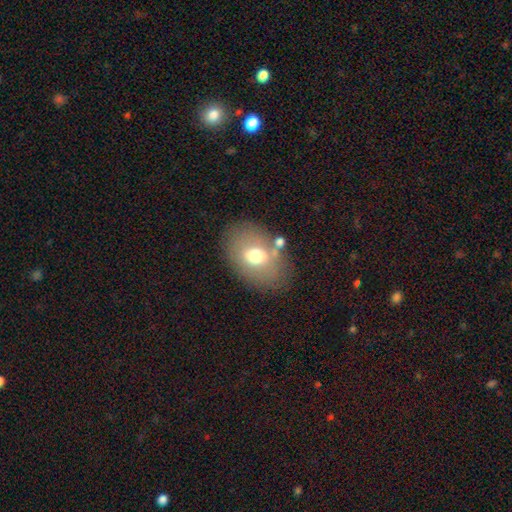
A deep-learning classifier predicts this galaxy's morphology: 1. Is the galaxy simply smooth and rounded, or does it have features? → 63% smooth, 27% featured or disk, 10% star or artifact.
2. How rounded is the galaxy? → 78% in between, 20% round, 1% cigar-shaped.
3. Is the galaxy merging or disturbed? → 71% none, 15% minor disturbance, 7% merger, 6% major disturbance.